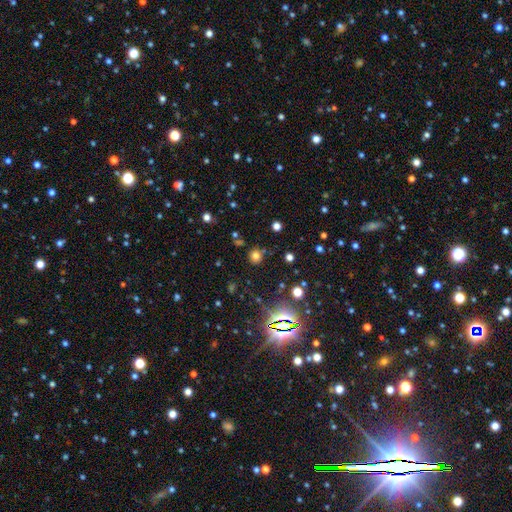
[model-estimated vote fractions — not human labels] smooth 68%, star or artifact 26%, featured or disk 7%. Down the decision tree: how rounded — round (86%); merging — none (80%).